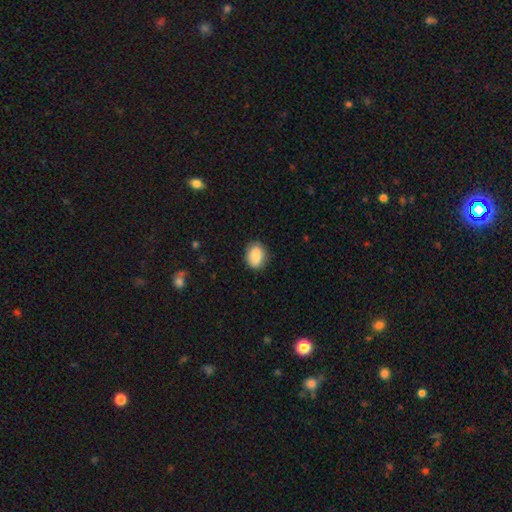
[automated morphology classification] smooth-or-featured: smooth: 86% | featured or disk: 7% | star or artifact: 7%
  how-rounded: in between: 65% | round: 34% | cigar-shaped: 1%
  merging: none: 83% | minor disturbance: 13% | major disturbance: 3% | merger: 1%